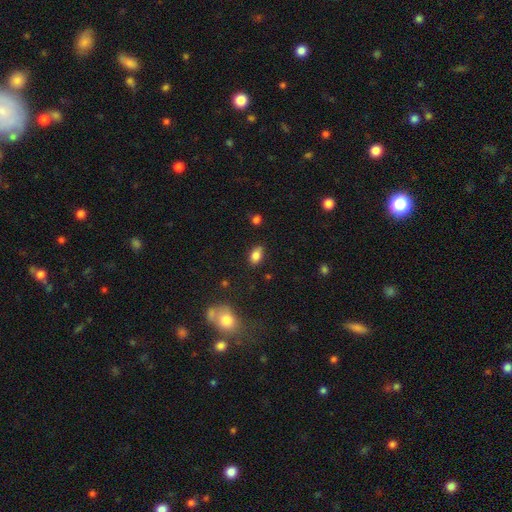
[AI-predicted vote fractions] Smooth or featured: smooth — 82% (star or artifact — 10%)
How rounded: in between — 86% (round — 11%)
Merging: none — 76% (minor disturbance — 18%)